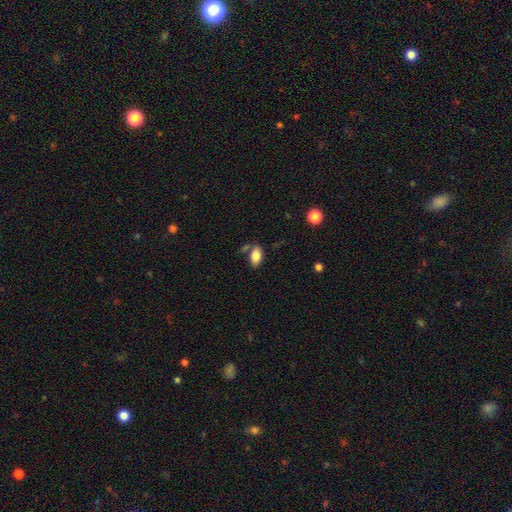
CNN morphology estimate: smooth 84%, featured or disk 8%, star or artifact 8%. Down the decision tree: how rounded — in between (92%); merging — none (64%).